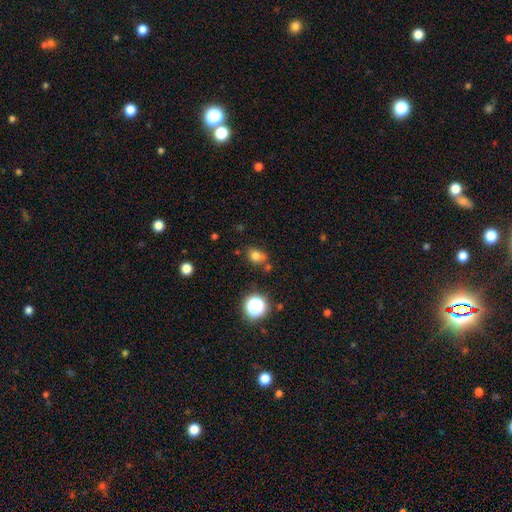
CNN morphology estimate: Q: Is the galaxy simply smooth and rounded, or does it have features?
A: smooth — 76%.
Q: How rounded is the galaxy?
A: in between — 52%.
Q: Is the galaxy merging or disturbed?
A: none — 66%.